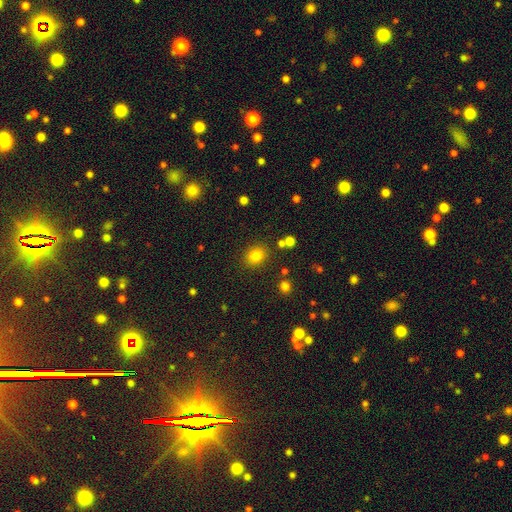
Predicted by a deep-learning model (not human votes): Smooth or featured? smooth (80%)
How rounded? round (58%)
Merging? none (84%)